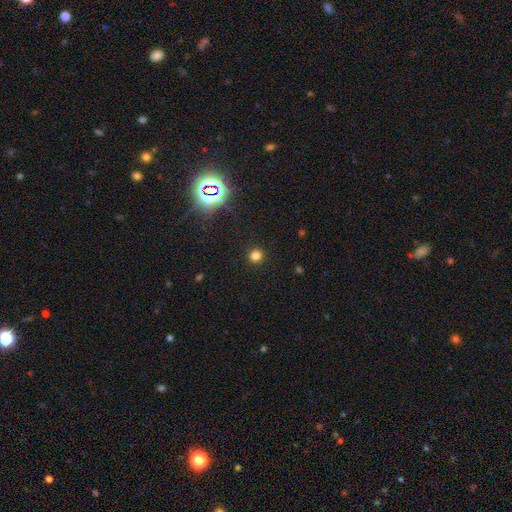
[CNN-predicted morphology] This appears to be a smooth galaxy with no disk features (77%) that is round (93%). Merging: none (92%).